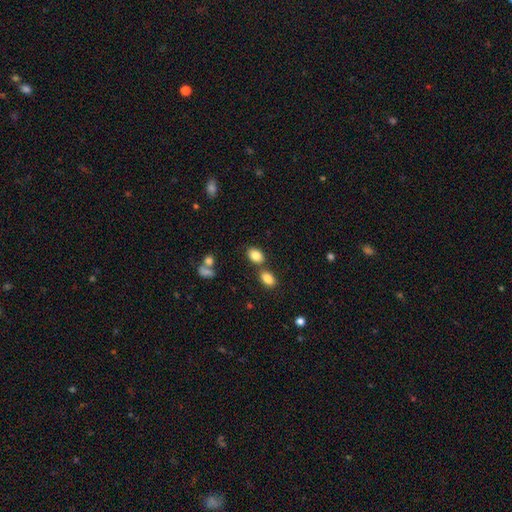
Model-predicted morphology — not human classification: smooth_or_featured: smooth (p=0.84) [alt: star or artifact p=0.09]
how_rounded: in between (p=0.82) [alt: round p=0.17]
merging: none (p=0.63) [alt: merger p=0.23]